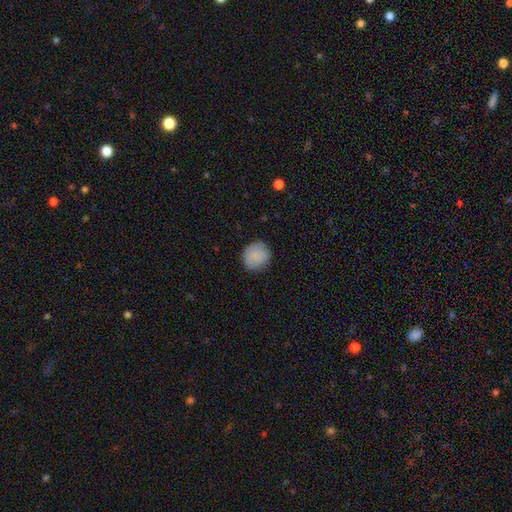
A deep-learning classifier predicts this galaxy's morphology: A smooth galaxy with no disk features (88%) that is round (90%). Merging: none (87%).